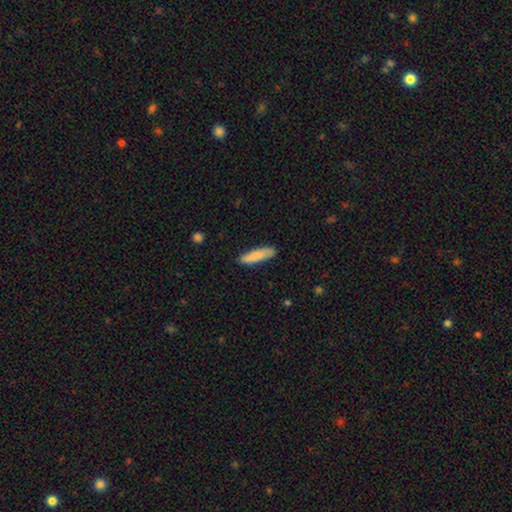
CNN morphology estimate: Smooth or featured?
  - smooth: 84% *
  - featured or disk: 10%
  - star or artifact: 5%
How rounded?
  - cigar-shaped: 75% *
  - in between: 23%
  - round: 1%
Merging?
  - none: 86% *
  - minor disturbance: 11%
  - major disturbance: 2%
  - merger: 1%